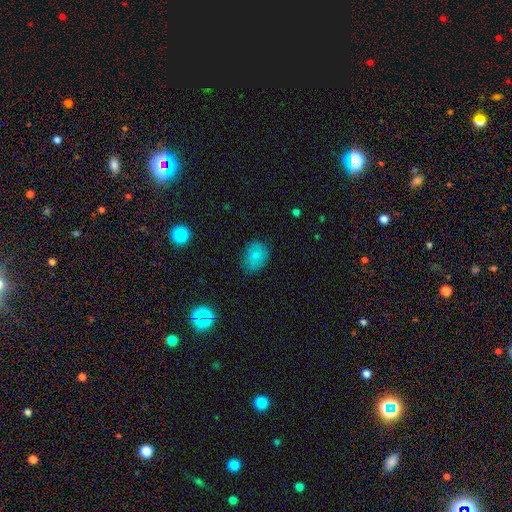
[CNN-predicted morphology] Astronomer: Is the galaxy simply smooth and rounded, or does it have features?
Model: smooth — 79%.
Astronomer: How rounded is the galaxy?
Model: in between — 68%.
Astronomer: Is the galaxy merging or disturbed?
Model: none — 76%.